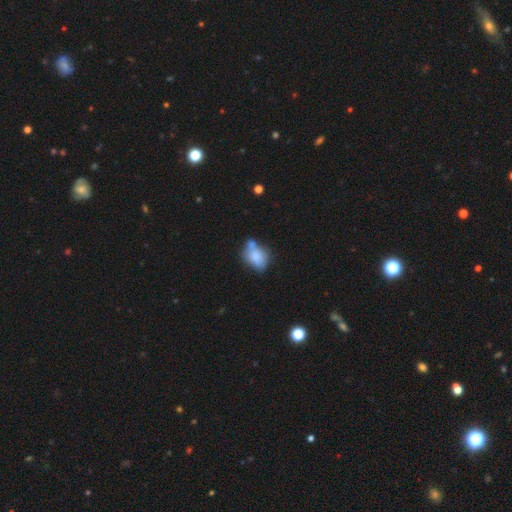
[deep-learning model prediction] This appears to be a smooth galaxy with no disk features (76%) that is in between round and cigar-shaped (71%). Merging: none (40%).